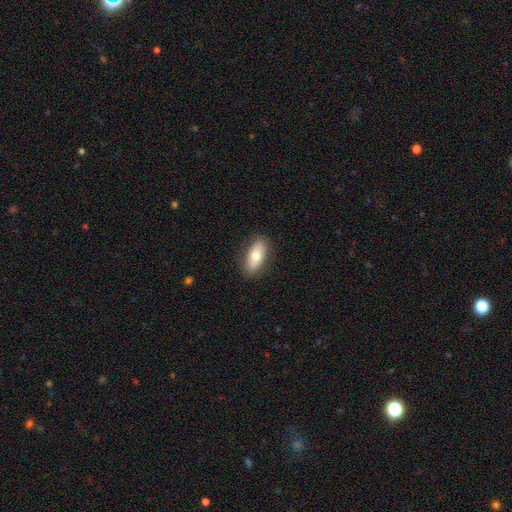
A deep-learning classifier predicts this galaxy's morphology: type=smooth (70%); roundness=in between (86%); merging=none (86%).